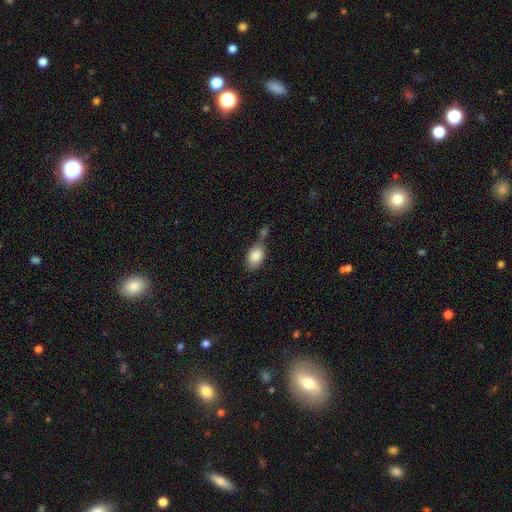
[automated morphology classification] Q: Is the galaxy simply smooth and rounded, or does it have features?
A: smooth — 85%.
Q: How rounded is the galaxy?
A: in between — 84%.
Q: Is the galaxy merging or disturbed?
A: none — 39%.